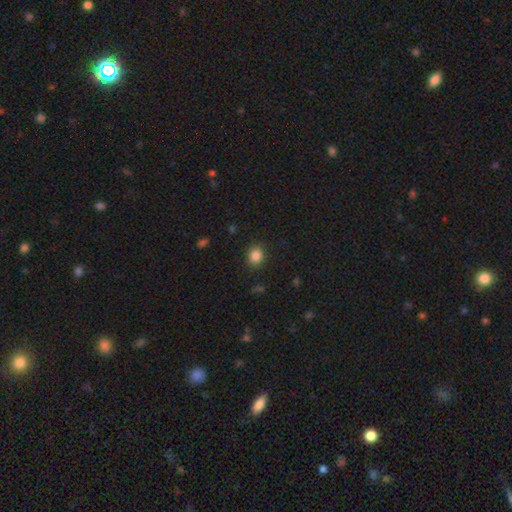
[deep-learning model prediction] Smooth or featured? Predicted: smooth (p=0.85). How rounded? Predicted: round (p=0.67). Merging? Predicted: none (p=0.88).